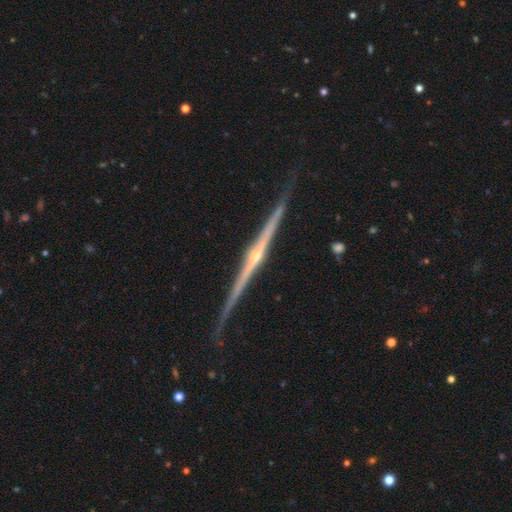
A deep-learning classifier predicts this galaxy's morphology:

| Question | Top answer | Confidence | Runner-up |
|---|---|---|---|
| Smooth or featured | featured or disk | 90% | smooth (6%) |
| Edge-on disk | yes | 98% | no (2%) |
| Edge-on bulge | rounded | 81% | none (14%) |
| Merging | none | 82% | minor disturbance (14%) |